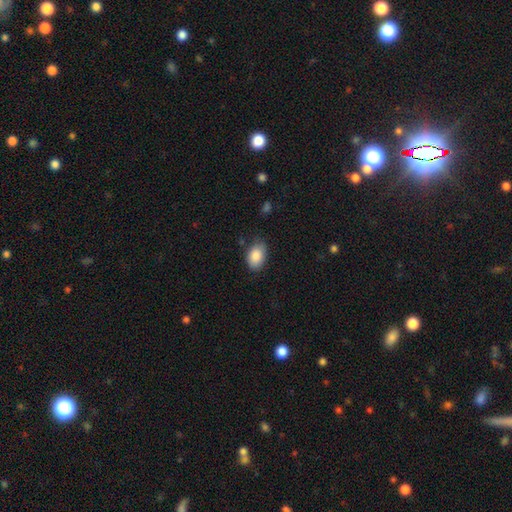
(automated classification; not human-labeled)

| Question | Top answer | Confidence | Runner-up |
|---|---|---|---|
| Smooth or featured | smooth | 87% | star or artifact (7%) |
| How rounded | in between | 87% | round (12%) |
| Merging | none | 73% | minor disturbance (22%) |